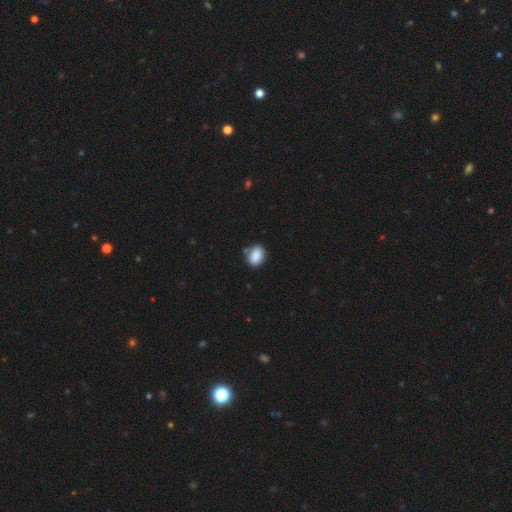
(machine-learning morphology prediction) This is clearly a smooth galaxy (88%). How rounded: likely in between (71%). Merging: likely none (76%).